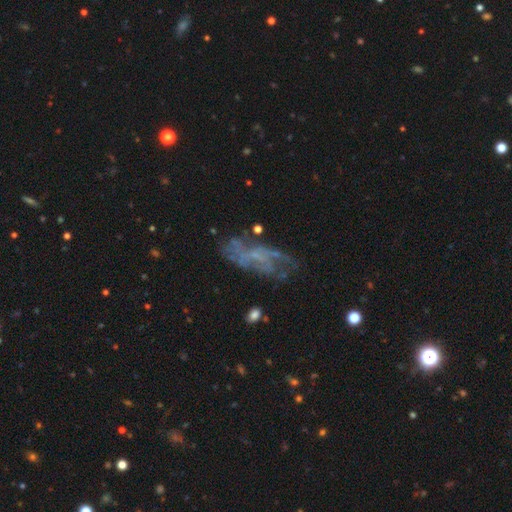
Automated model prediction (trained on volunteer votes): This appears to be a featured or disk galaxy (62%) with no bar (72%), spiral arms (56%) and no central bulge (58%). Merging: none (54%).